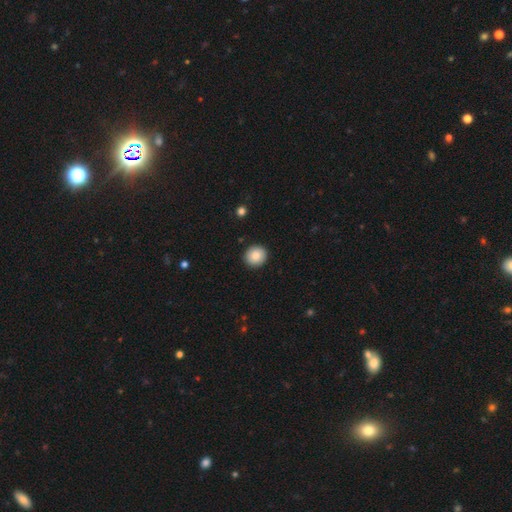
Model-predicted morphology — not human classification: The model was most divided on "smooth or featured": smooth: 85%, star or artifact: 8%, featured or disk: 8%. More confident: merging — none (92%); how rounded — round (91%).